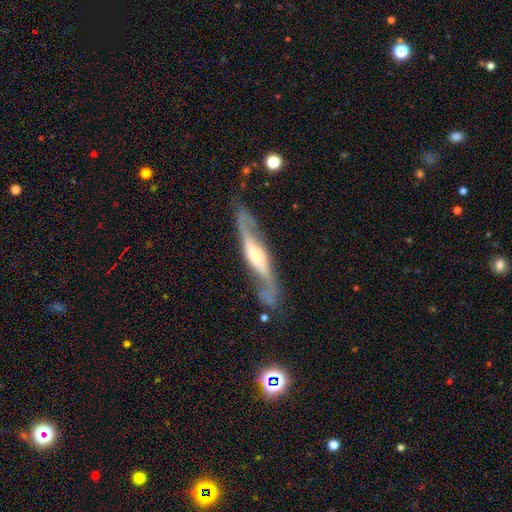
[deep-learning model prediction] featured or disk 84%, smooth 12%, star or artifact 5%. Down the decision tree: edge-on disk — no (65%); bar — no (38%); spiral arms — yes (91%); bulge size — moderate (45%); merging — none (72%).